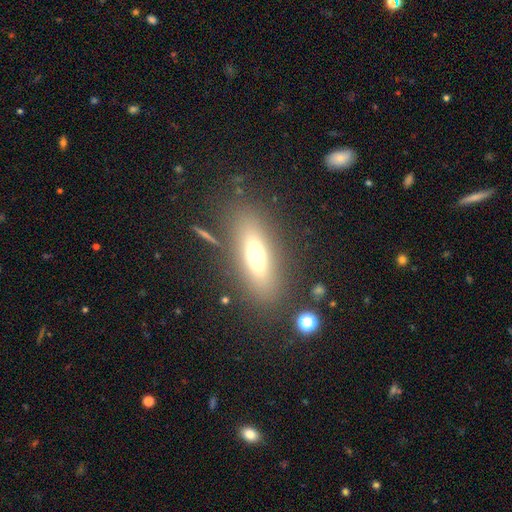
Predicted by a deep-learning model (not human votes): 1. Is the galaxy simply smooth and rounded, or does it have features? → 55% smooth, 33% featured or disk, 11% star or artifact.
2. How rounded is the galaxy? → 50% in between, 47% cigar-shaped, 3% round.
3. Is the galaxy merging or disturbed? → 79% none, 12% minor disturbance, 5% major disturbance, 4% merger.